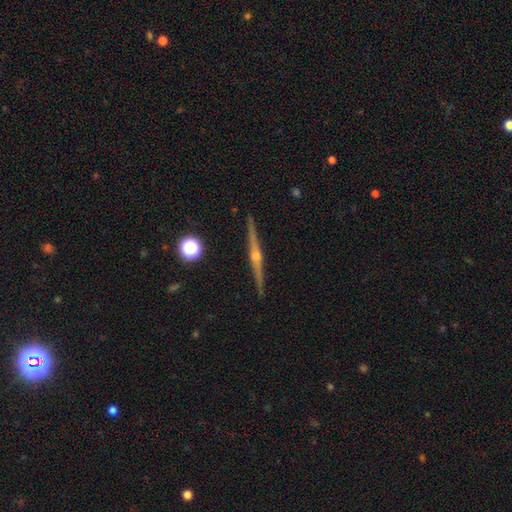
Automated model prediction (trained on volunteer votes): The model was most divided on "smooth or featured": featured or disk: 86%, smooth: 8%, star or artifact: 6%. More confident: edge-on disk — yes (99%); merging — none (93%); edge-on bulge — rounded (92%).